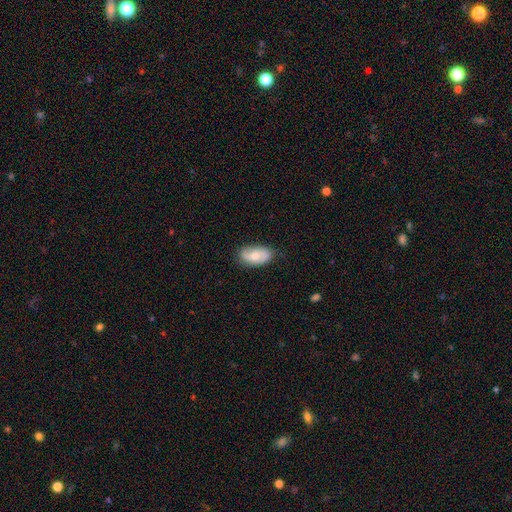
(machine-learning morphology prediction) Smooth or featured? featured or disk (47%, tied with smooth)
Merging? none (76%)